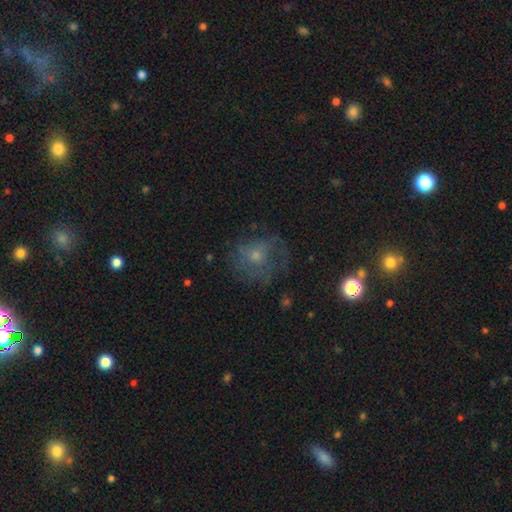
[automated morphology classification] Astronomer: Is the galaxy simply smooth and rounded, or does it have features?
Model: smooth — 46% (runner-up: featured or disk, 38%).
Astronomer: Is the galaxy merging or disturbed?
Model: none — 53%.